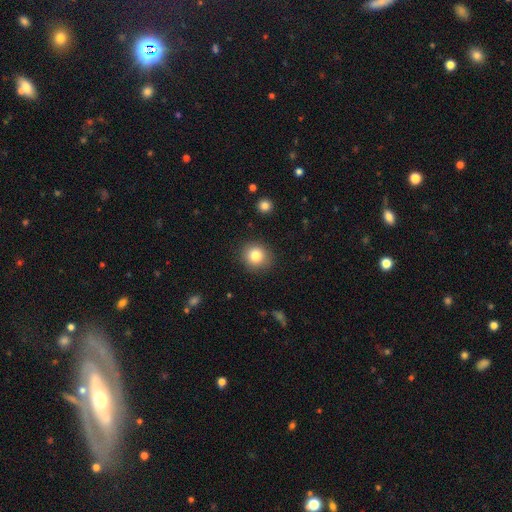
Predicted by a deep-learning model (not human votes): This is clearly a smooth galaxy (82%). How rounded: clearly round (86%). Merging: clearly none (88%).